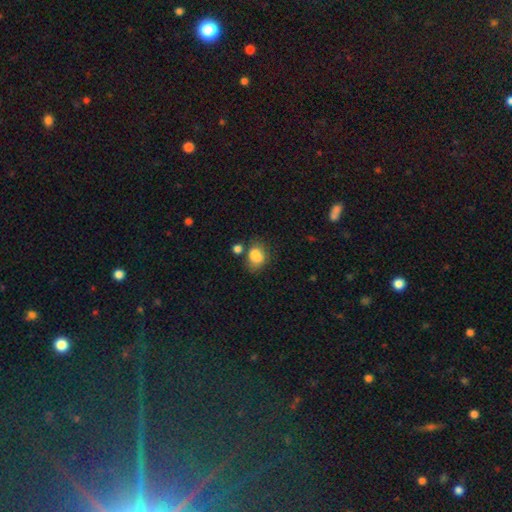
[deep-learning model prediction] A smooth galaxy with no disk features (79%) that is in between round and cigar-shaped (59%).

Vote fractions:
- Smooth or featured? smooth: 79% / star or artifact: 11% / featured or disk: 11%
- How rounded? in between: 59% / round: 40% / cigar-shaped: 1%
- Merging? none: 50% / minor disturbance: 21% / merger: 19% / major disturbance: 10%